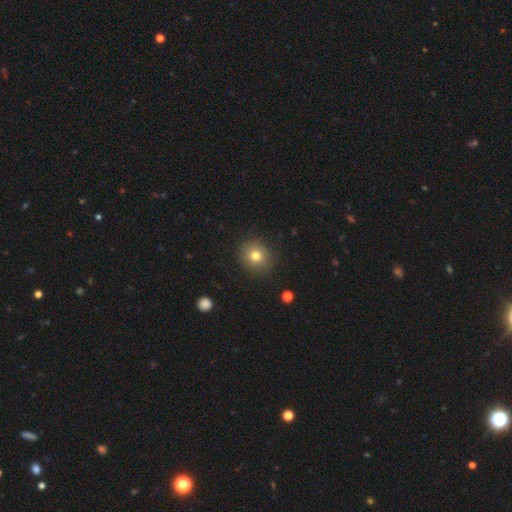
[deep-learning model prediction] This appears to be a smooth galaxy with no disk features (77%) that is round (81%). Merging: none (88%).